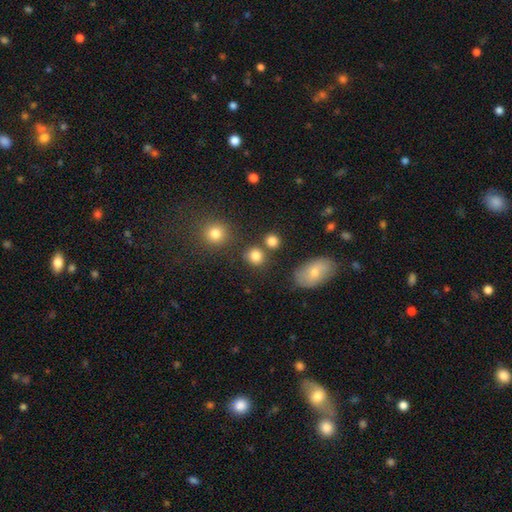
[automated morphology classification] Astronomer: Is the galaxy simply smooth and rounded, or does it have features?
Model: smooth — 82%.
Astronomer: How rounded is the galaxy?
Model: round — 81%.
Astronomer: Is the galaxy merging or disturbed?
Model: none — 75%.